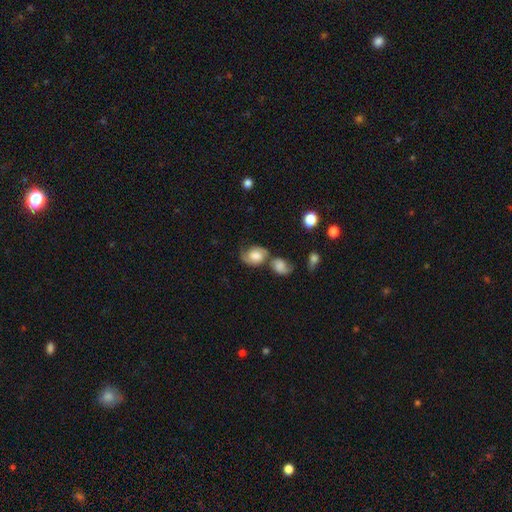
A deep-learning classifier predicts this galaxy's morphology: Q: Smooth or featured?
A: featured or disk (50%); runner-up: smooth (41%)
Q: Edge-on disk?
A: no (96%); runner-up: yes (4%)
Q: Merging?
A: none (39%); runner-up: merger (36%)